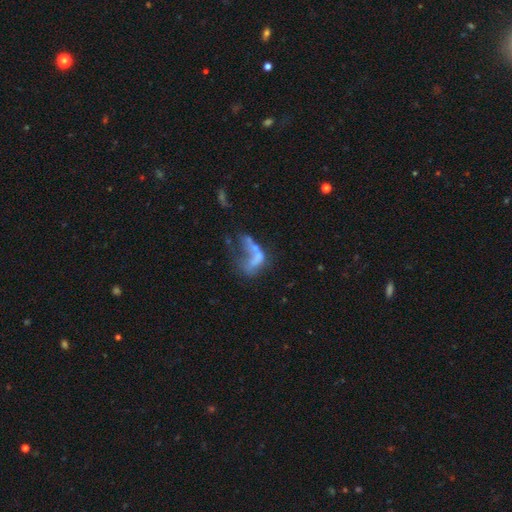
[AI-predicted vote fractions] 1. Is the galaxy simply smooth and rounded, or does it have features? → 47% featured or disk, 38% smooth, 16% star or artifact.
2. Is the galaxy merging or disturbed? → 38% merger, 37% major disturbance, 16% none, 10% minor disturbance.